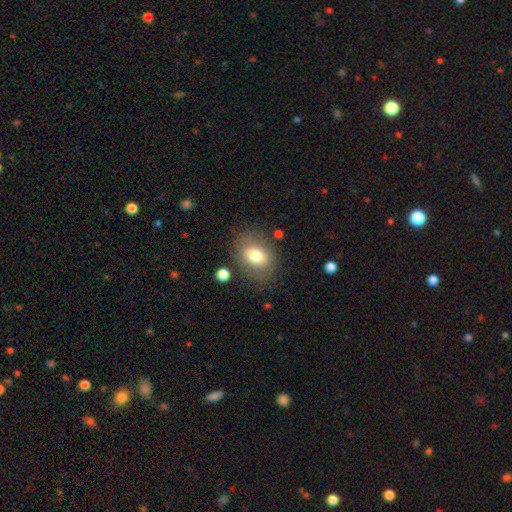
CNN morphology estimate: smooth_or_featured: smooth (p=0.73) [alt: featured or disk p=0.18]
how_rounded: in between (p=0.62) [alt: round p=0.37]
merging: none (p=0.76) [alt: minor disturbance p=0.14]